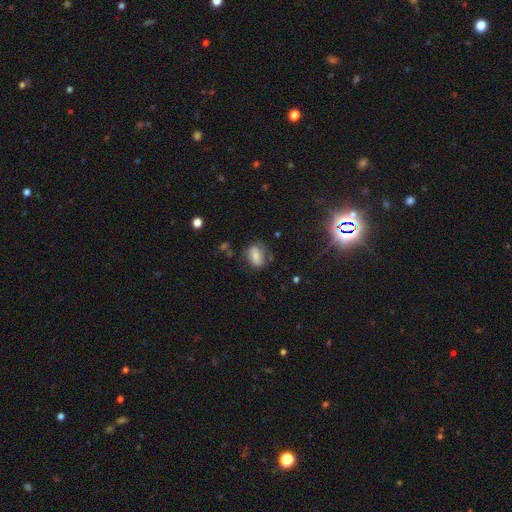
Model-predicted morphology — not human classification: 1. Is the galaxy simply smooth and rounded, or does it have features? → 56% smooth, 33% featured or disk, 12% star or artifact.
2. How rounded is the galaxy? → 70% in between, 26% round, 3% cigar-shaped.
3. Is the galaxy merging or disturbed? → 62% none, 23% minor disturbance, 11% major disturbance, 4% merger.